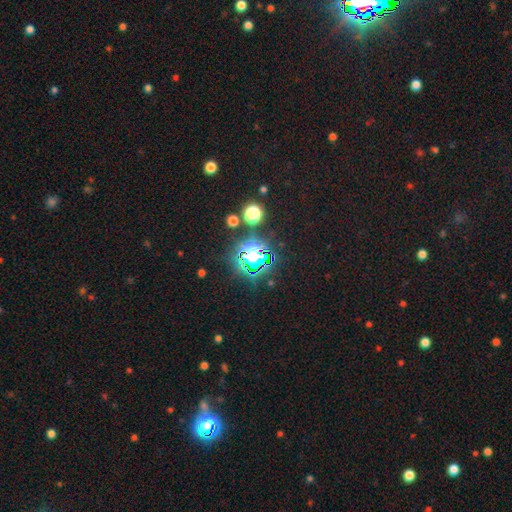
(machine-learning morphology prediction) This is likely a star or artifact rather than a galaxy (73%).